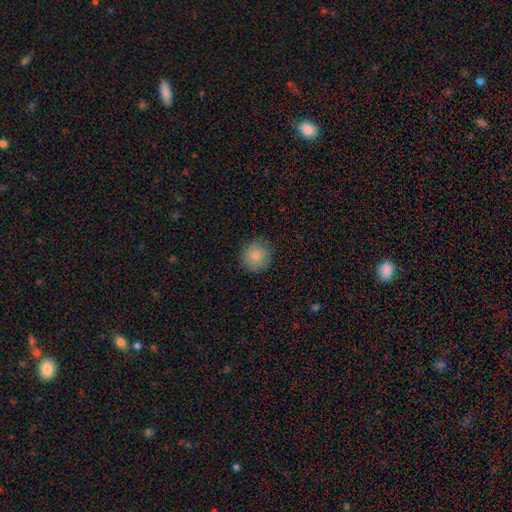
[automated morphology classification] A smooth galaxy with no disk features (84%) that is round (91%). Merging: none (83%).